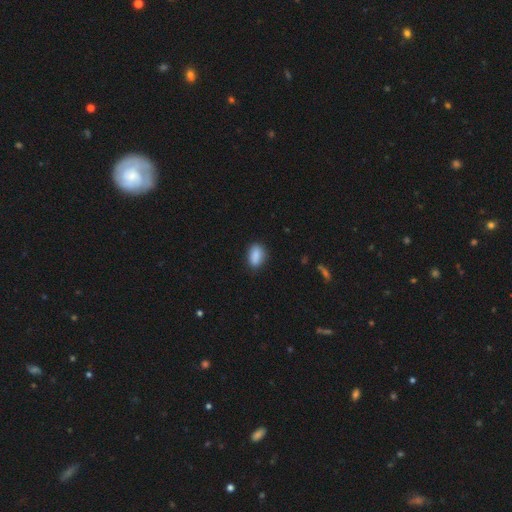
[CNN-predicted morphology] Smooth or featured: smooth — 87% (star or artifact — 8%)
How rounded: in between — 85% (round — 10%)
Merging: none — 80% (minor disturbance — 15%)